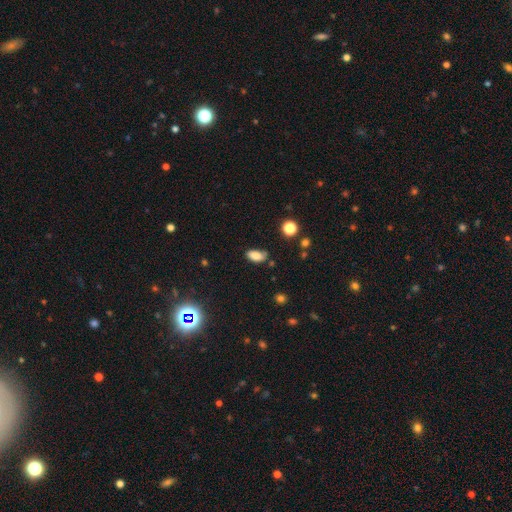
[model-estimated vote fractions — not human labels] A smooth galaxy with no disk features (81%) that is in between round and cigar-shaped (91%). Merging: none (63%).